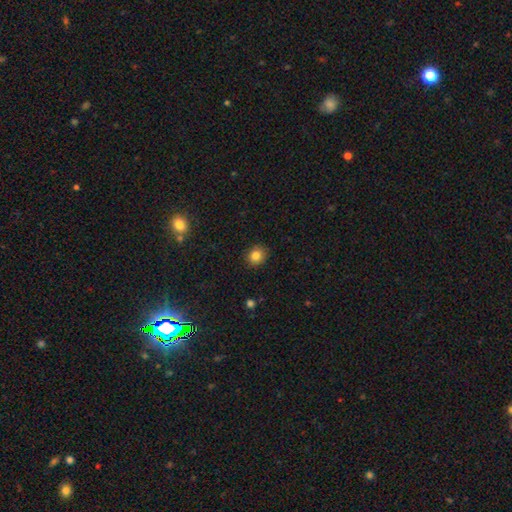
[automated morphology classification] smooth_or_featured: smooth (p=0.83) [alt: star or artifact p=0.11]
how_rounded: round (p=0.77) [alt: in between p=0.23]
merging: none (p=0.89) [alt: minor disturbance p=0.08]